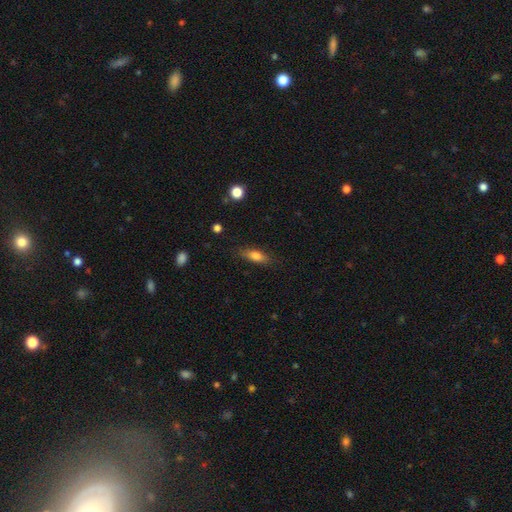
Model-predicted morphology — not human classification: smooth-or-featured: smooth: 77% | featured or disk: 15% | star or artifact: 8%
  how-rounded: in between: 65% | cigar-shaped: 32% | round: 4%
  merging: none: 81% | minor disturbance: 14% | major disturbance: 4% | merger: 1%